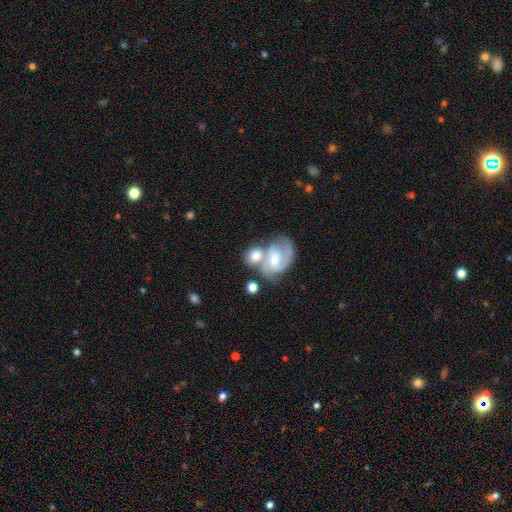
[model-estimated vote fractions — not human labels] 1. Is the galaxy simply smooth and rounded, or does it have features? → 55% featured or disk, 37% smooth, 7% star or artifact.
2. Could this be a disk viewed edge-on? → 96% no, 4% yes.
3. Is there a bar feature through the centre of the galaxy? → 44% weak, 42% no, 15% strong.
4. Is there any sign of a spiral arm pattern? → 84% yes, 16% no.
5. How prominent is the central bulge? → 55% moderate, 34% small, 7% large, 3% none, 2% dominant.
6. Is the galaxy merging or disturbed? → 52% merger, 31% none, 11% minor disturbance, 7% major disturbance.